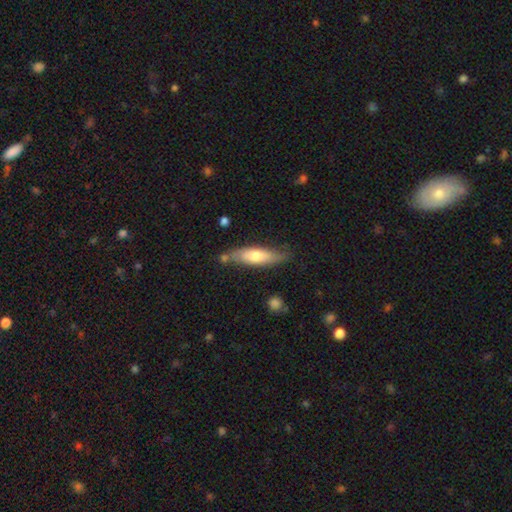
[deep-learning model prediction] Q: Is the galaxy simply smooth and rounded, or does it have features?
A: smooth — 59%.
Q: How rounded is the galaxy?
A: cigar-shaped — 59%.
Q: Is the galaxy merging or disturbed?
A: none — 71%.